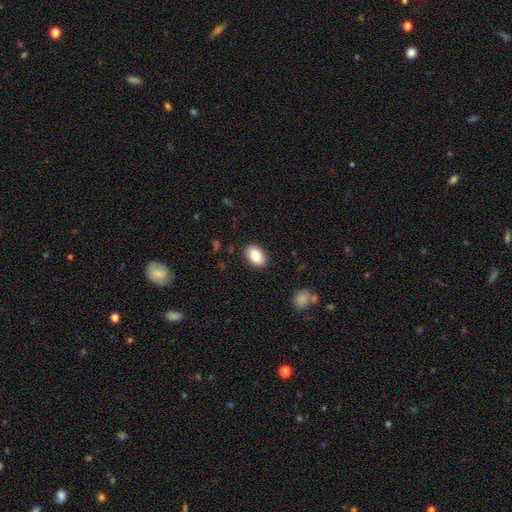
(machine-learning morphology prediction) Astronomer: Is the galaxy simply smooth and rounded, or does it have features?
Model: smooth — 84%.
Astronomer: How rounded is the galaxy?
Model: in between — 85%.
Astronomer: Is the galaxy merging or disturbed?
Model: none — 89%.